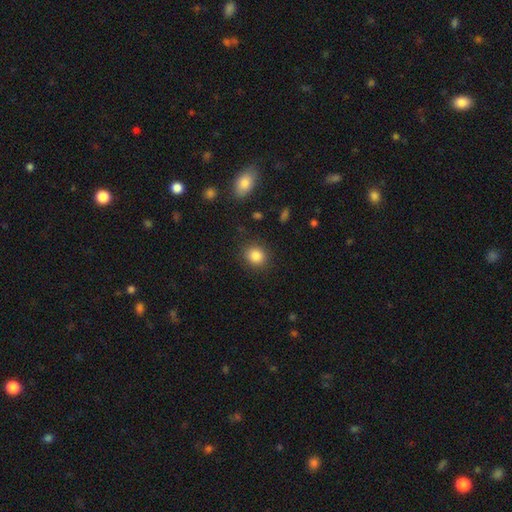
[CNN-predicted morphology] Q: Smooth or featured?
A: smooth (85%); runner-up: star or artifact (10%)
Q: How rounded?
A: round (79%); runner-up: in between (20%)
Q: Merging?
A: none (88%); runner-up: minor disturbance (8%)